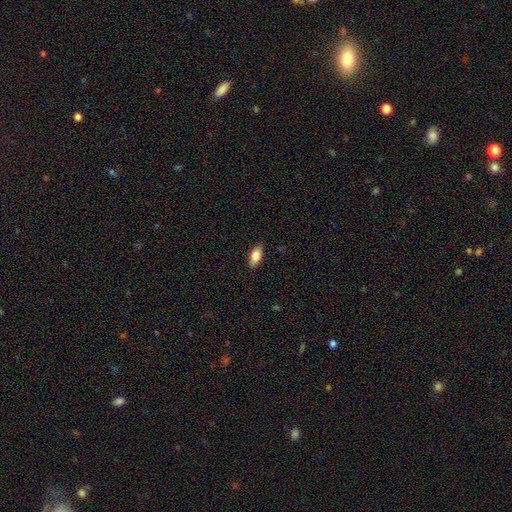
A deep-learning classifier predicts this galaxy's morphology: A smooth galaxy with no disk features (80%) that is in between round and cigar-shaped (84%). Merging: none (87%).